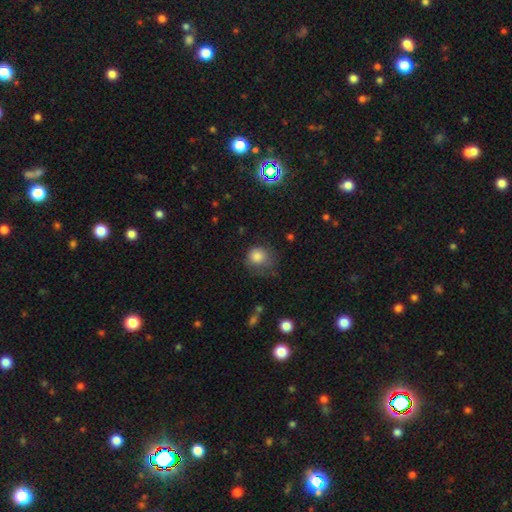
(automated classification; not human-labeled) Smooth or featured: smooth — 76% (star or artifact — 15%)
How rounded: round — 83% (in between — 16%)
Merging: none — 57% (minor disturbance — 26%)